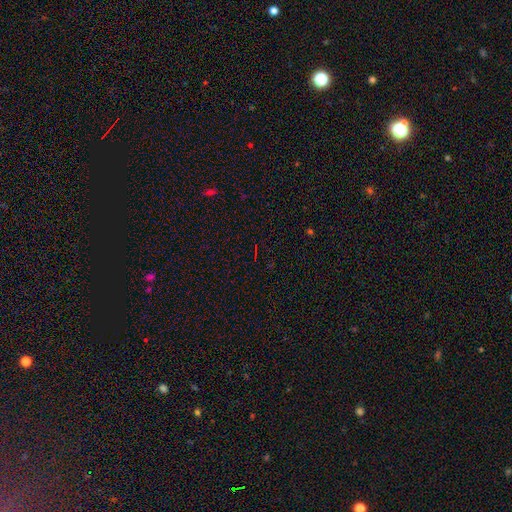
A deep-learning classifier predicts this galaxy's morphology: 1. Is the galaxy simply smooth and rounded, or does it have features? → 74% star or artifact, 16% smooth, 10% featured or disk.